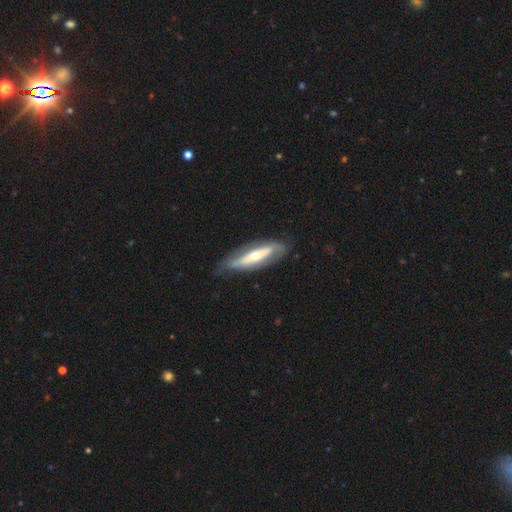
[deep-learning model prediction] This is likely a featured or disk galaxy (67%). It is likely not viewed edge-on (62%). Merging: likely none (68%).